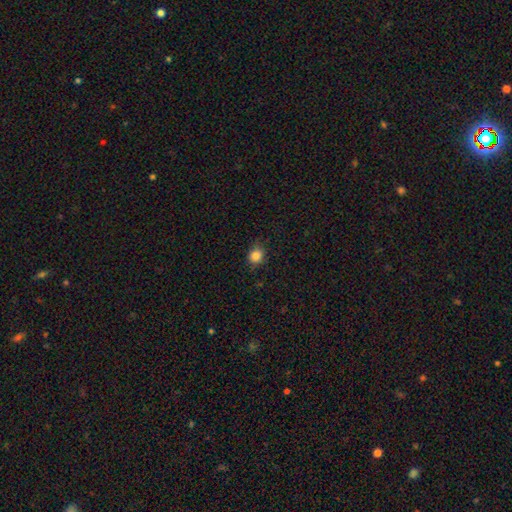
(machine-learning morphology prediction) A smooth galaxy with no disk features (85%) that is round (73%). Merging: none (77%).